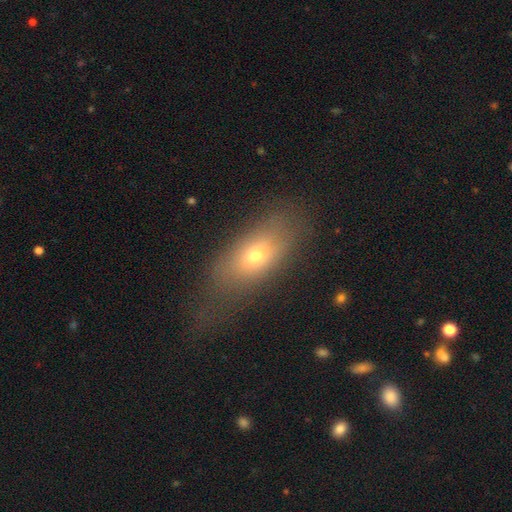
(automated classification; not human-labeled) The model was most divided on "merging": none: 55%, minor disturbance: 24%, major disturbance: 18%, merger: 2%. More confident: how rounded — in between (75%); smooth or featured — smooth (63%).